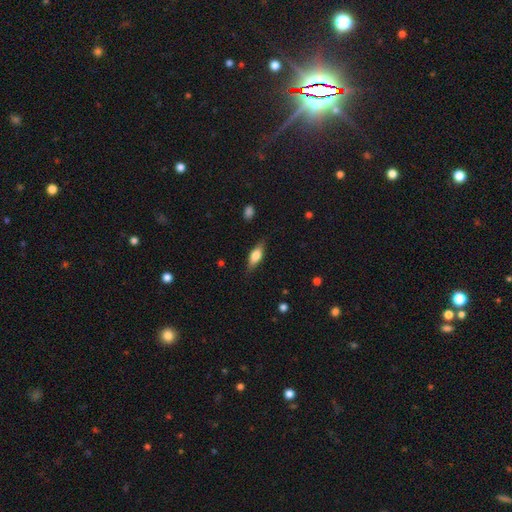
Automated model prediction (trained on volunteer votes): Smooth or featured?
  - smooth: 57% *
  - featured or disk: 36%
  - star or artifact: 7%
How rounded?
  - in between: 61% *
  - cigar-shaped: 35%
  - round: 3%
Merging?
  - none: 82% *
  - minor disturbance: 13%
  - major disturbance: 3%
  - merger: 1%